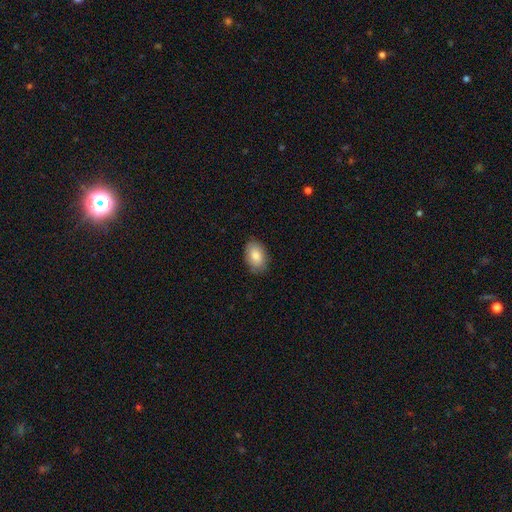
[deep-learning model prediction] Smooth or featured? smooth (83%)
How rounded? in between (87%)
Merging? none (83%)